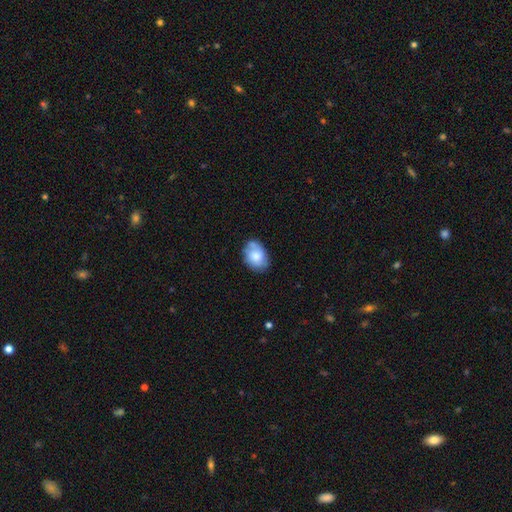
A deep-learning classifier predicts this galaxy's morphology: The model was most divided on "merging": none: 61%, minor disturbance: 26%, major disturbance: 6%, merger: 6%. More confident: smooth or featured — smooth (73%); how rounded — in between (72%).